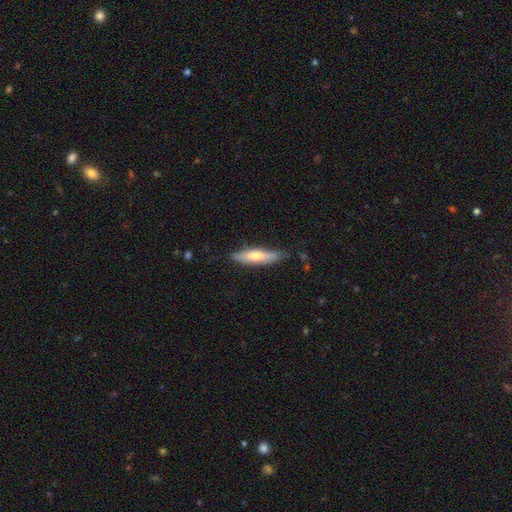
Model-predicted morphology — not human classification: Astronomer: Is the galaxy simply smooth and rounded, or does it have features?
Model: smooth — 52% (runner-up: featured or disk, 42%).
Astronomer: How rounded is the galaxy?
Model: cigar-shaped — 81%.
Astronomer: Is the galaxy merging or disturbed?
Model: none — 78%.